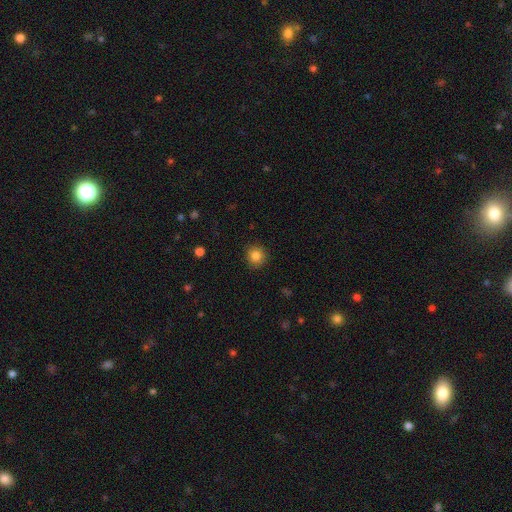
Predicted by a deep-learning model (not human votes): smooth_or_featured: smooth (p=0.84) [alt: star or artifact p=0.11]
how_rounded: round (p=0.92) [alt: in between p=0.07]
merging: none (p=0.90) [alt: minor disturbance p=0.07]